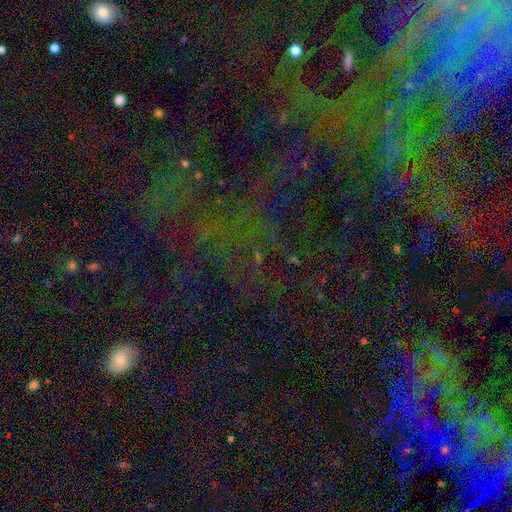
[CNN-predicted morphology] A star or artifact, not a galaxy (68%).